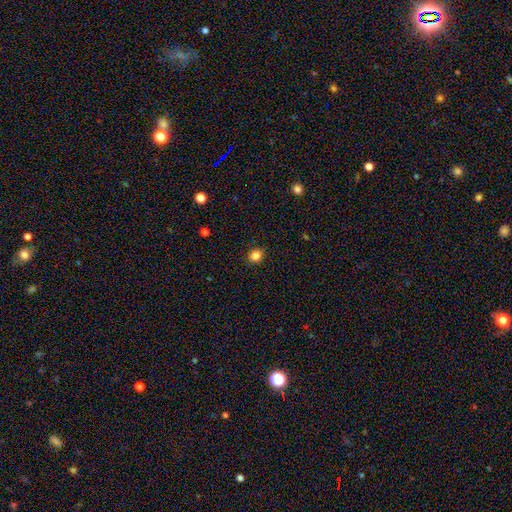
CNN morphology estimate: A smooth galaxy with no disk features (85%) that is round (76%). Merging: none (91%).